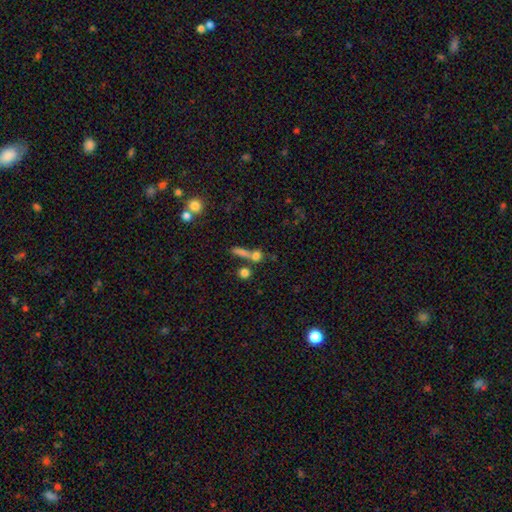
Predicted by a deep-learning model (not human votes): A smooth galaxy with no disk features (70%) that is round (69%).

Vote fractions:
- Smooth or featured? smooth: 70% / star or artifact: 15% / featured or disk: 14%
- How rounded? round: 69% / in between: 16% / cigar-shaped: 14%
- Merging? none: 50% / merger: 36% / minor disturbance: 8% / major disturbance: 6%